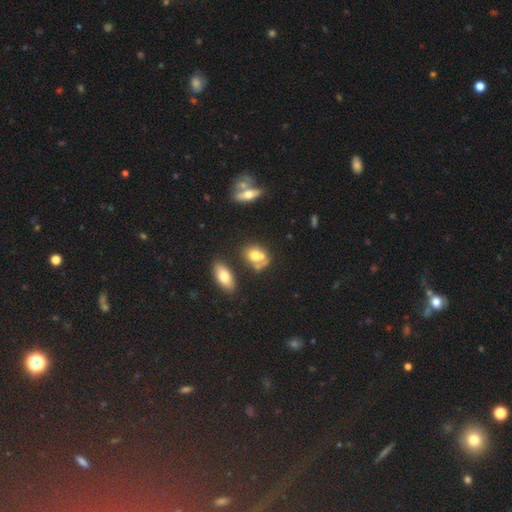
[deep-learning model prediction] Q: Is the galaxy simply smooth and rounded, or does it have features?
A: smooth — 65%.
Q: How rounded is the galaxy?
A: in between — 65%.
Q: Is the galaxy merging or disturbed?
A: none — 42%.